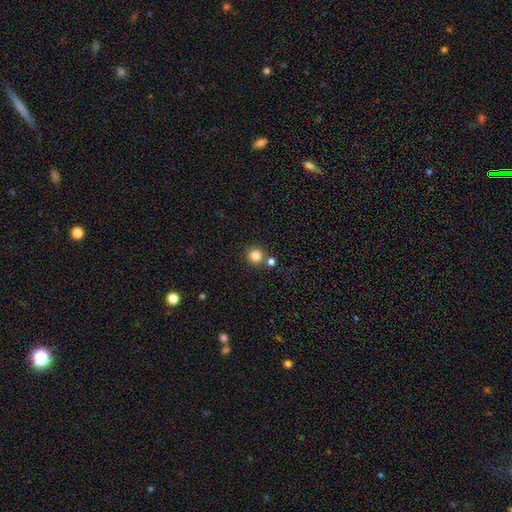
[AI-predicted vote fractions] This is clearly a smooth galaxy (83%). How rounded: clearly round (94%). Merging: likely none (77%).